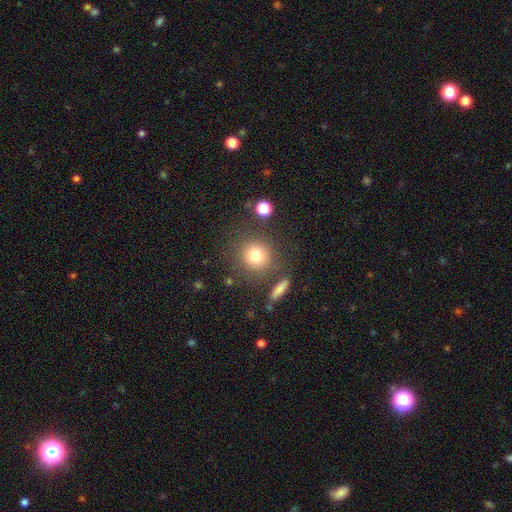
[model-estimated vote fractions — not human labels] Smooth or featured? Predicted: smooth (p=0.79). How rounded? Predicted: round (p=0.90). Merging? Predicted: none (p=0.79).